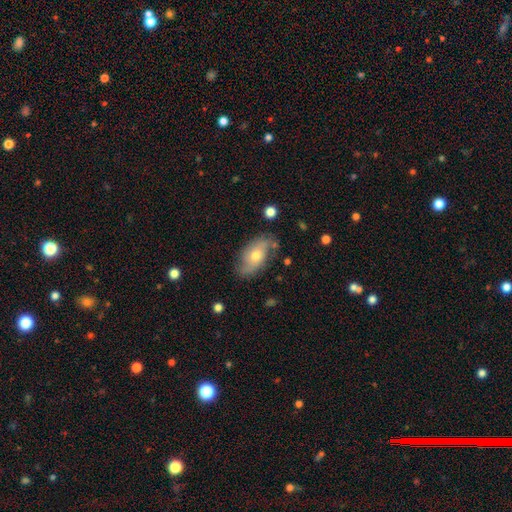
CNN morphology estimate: The model was most divided on "smooth or featured": featured or disk: 49%, smooth: 44%, star or artifact: 7%. More confident: merging — none (70%).